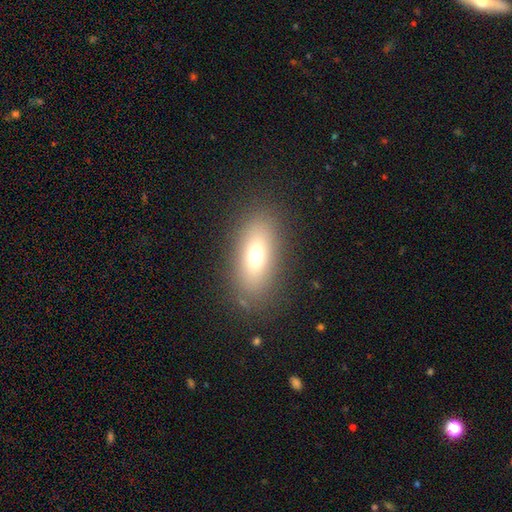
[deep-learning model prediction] A smooth galaxy with no disk features (69%) that is in between round and cigar-shaped (80%).

Vote fractions:
- Smooth or featured? smooth: 69% / featured or disk: 20% / star or artifact: 12%
- How rounded? in between: 80% / cigar-shaped: 13% / round: 7%
- Merging? none: 84% / minor disturbance: 10% / major disturbance: 5% / merger: 1%